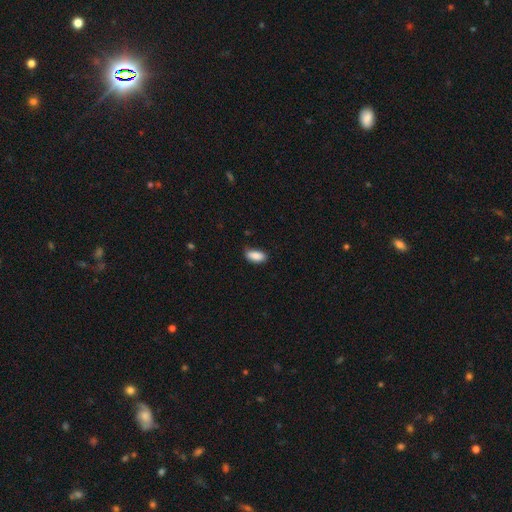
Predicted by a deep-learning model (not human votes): A smooth galaxy with no disk features (88%) that is in between round and cigar-shaped (90%).

Vote fractions:
- Smooth or featured? smooth: 88% / star or artifact: 7% / featured or disk: 5%
- How rounded? in between: 90% / cigar-shaped: 7% / round: 3%
- Merging? none: 72% / minor disturbance: 23% / major disturbance: 3% / merger: 2%